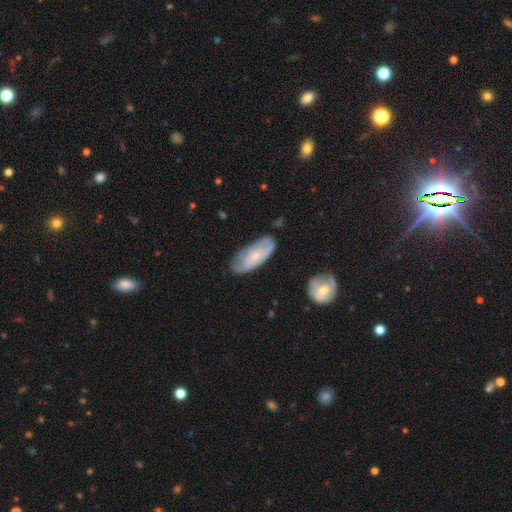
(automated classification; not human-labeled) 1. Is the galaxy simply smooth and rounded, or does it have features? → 51% smooth, 43% featured or disk, 6% star or artifact.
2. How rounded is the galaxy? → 83% in between, 14% cigar-shaped, 2% round.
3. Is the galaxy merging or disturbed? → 65% none, 26% minor disturbance, 7% major disturbance, 2% merger.